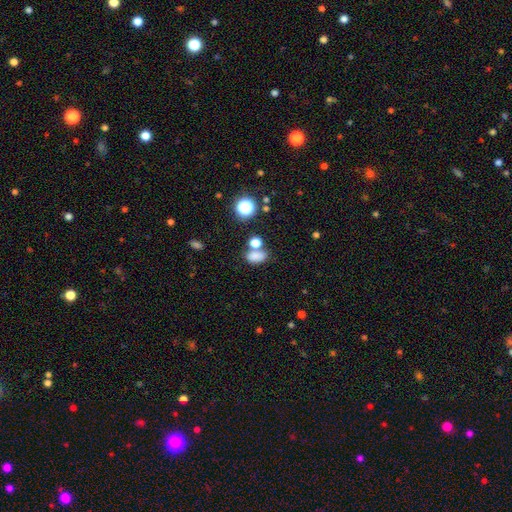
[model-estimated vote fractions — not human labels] smooth-or-featured: smooth: 77% | star or artifact: 16% | featured or disk: 7%
  how-rounded: in between: 79% | round: 19% | cigar-shaped: 2%
  merging: none: 52% | merger: 28% | minor disturbance: 14% | major disturbance: 6%